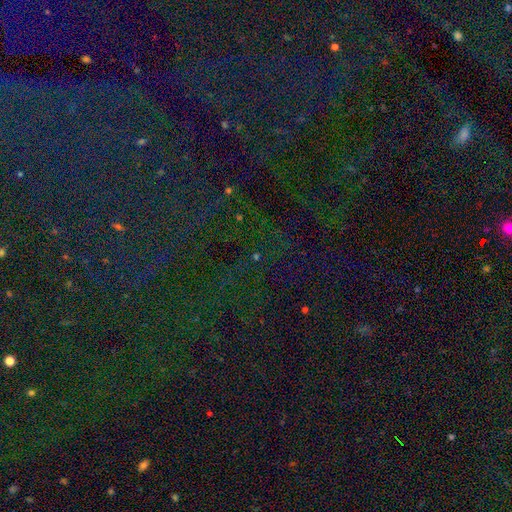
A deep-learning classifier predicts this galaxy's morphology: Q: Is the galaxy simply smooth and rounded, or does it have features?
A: star or artifact — 85%.